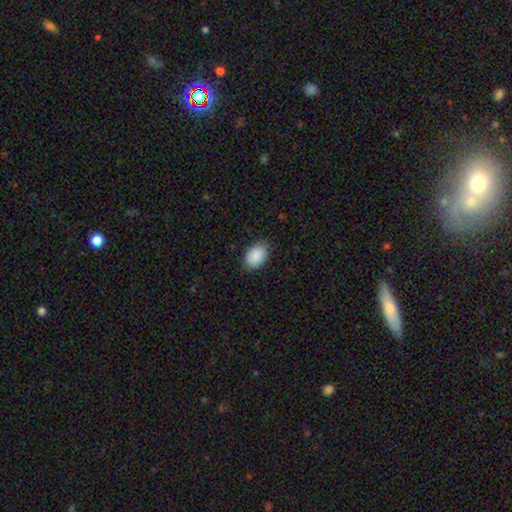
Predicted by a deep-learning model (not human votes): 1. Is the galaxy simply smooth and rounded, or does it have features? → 90% smooth, 6% star or artifact, 4% featured or disk.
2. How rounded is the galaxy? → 84% in between, 15% round, 1% cigar-shaped.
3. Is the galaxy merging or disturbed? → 84% none, 12% minor disturbance, 3% major disturbance, 1% merger.